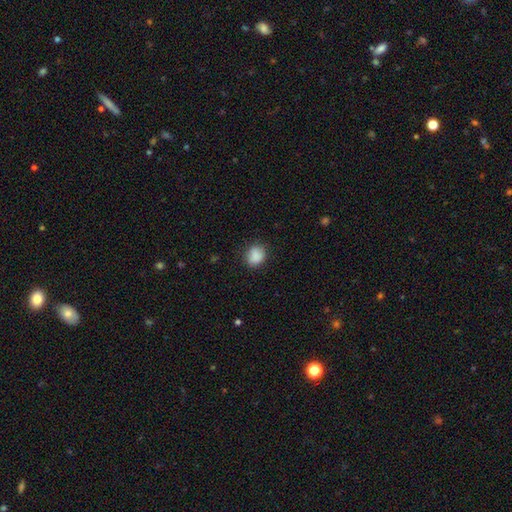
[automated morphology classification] Smooth or featured? Predicted: smooth (p=0.87). How rounded? Predicted: round (p=0.57). Merging? Predicted: none (p=0.78).